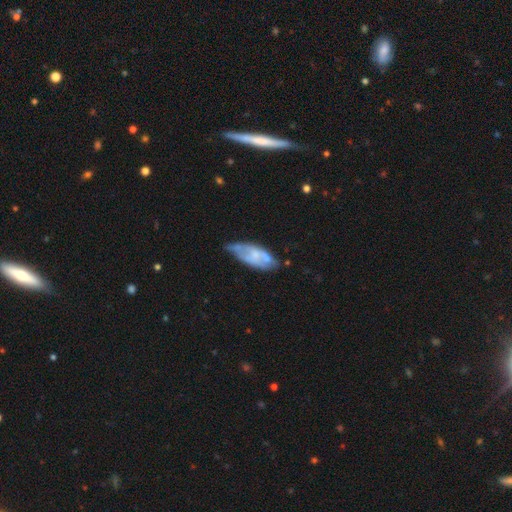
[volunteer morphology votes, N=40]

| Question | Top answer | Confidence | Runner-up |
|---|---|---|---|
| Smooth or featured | featured or disk | 62% | smooth (38%) |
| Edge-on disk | no | 92% | yes (8%) |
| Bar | no | 100% | — |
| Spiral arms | yes | 57% | no (43%) |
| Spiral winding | tight | 54% | medium (31%) |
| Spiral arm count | can't tell | 85% | 2 (8%) |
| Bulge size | small | 57% | moderate (26%) |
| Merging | minor disturbance | 68% | none (20%) |